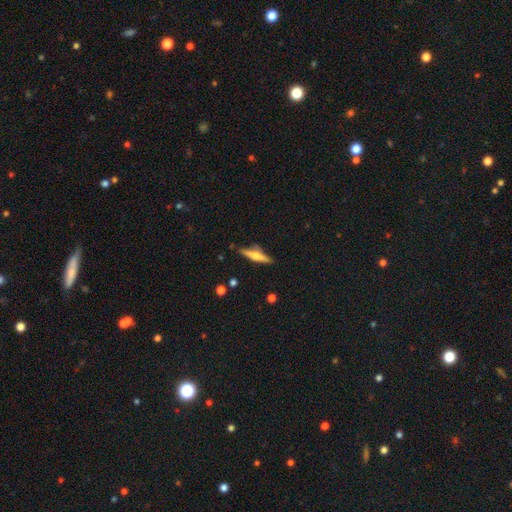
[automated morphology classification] featured or disk 61%, smooth 33%, star or artifact 6%. Down the decision tree: edge-on disk — yes (96%); edge-on bulge — rounded (87%); merging — none (83%).